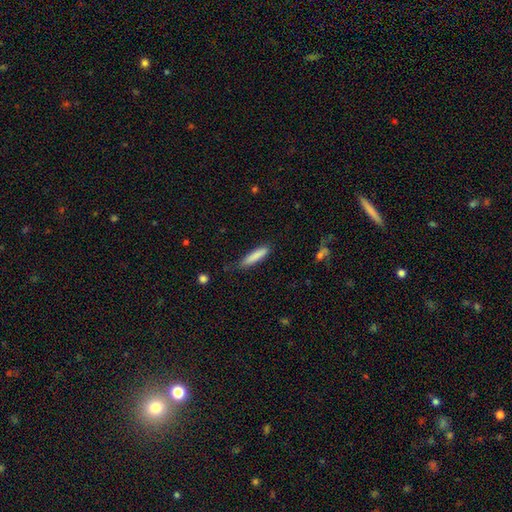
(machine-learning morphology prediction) Smooth or featured: smooth — 84% (featured or disk — 9%)
How rounded: cigar-shaped — 83% (in between — 15%)
Merging: none — 76% (minor disturbance — 19%)